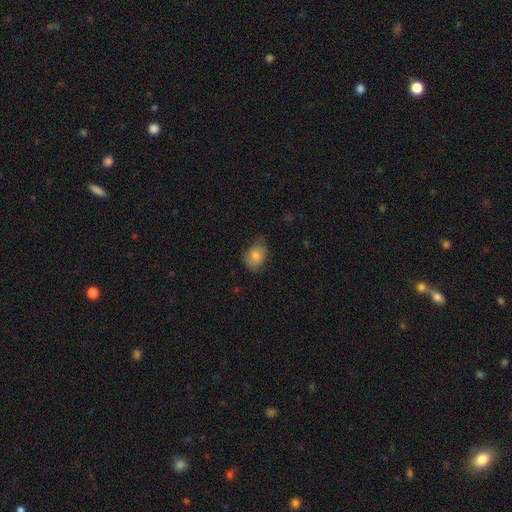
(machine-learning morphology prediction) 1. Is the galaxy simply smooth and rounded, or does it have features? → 75% smooth, 16% featured or disk, 8% star or artifact.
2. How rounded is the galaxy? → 72% in between, 27% round, 1% cigar-shaped.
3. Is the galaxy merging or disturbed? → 62% none, 29% minor disturbance, 7% major disturbance, 1% merger.